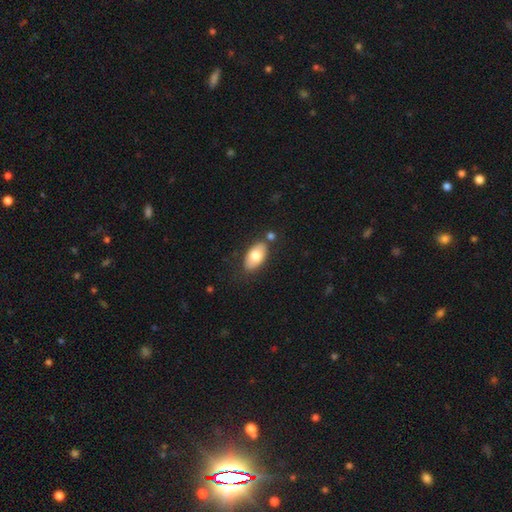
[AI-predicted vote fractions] Morphology: type=smooth (74%); roundness=in between (93%); merging=none (74%).